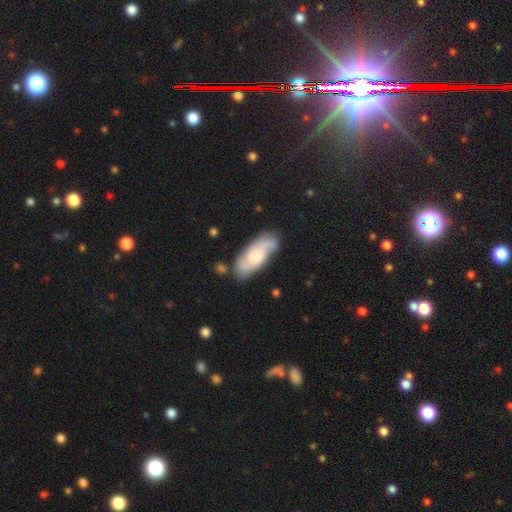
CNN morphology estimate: Q: Smooth or featured?
A: featured or disk (67%); runner-up: smooth (27%)
Q: Edge-on disk?
A: no (91%); runner-up: yes (9%)
Q: Bar?
A: no (58%); runner-up: weak (35%)
Q: Spiral arms?
A: yes (94%); runner-up: no (6%)
Q: Spiral winding?
A: medium (46%); runner-up: loose (27%)
Q: Spiral arm count?
A: 2 (73%); runner-up: can't tell (12%)
Q: Bulge size?
A: moderate (36%); runner-up: small (35%)
Q: Merging?
A: none (74%); runner-up: minor disturbance (16%)